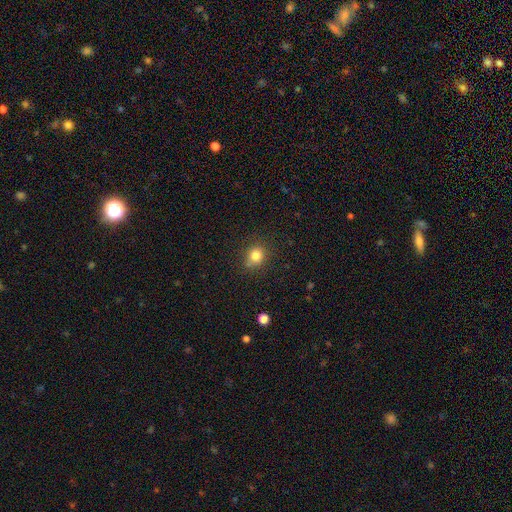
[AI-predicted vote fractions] A smooth galaxy with no disk features (81%) that is round (79%).

Vote fractions:
- Smooth or featured? smooth: 81% / star or artifact: 13% / featured or disk: 6%
- How rounded? round: 79% / in between: 20% / cigar-shaped: 1%
- Merging? none: 77% / minor disturbance: 13% / merger: 6% / major disturbance: 4%